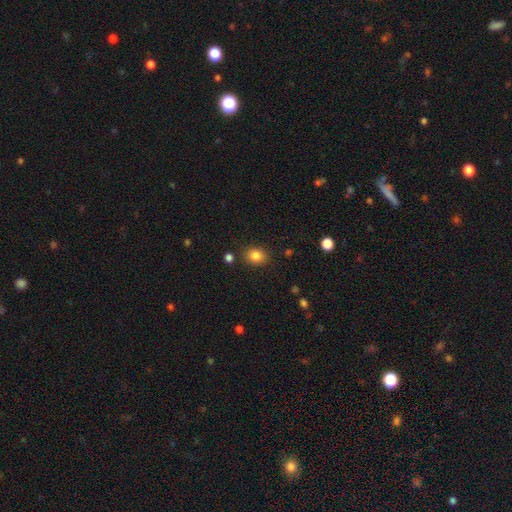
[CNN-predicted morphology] Smooth or featured?
  - smooth: 84% *
  - star or artifact: 11%
  - featured or disk: 5%
How rounded?
  - round: 52% *
  - in between: 47%
  - cigar-shaped: 1%
Merging?
  - none: 85% *
  - minor disturbance: 10%
  - major disturbance: 3%
  - merger: 3%